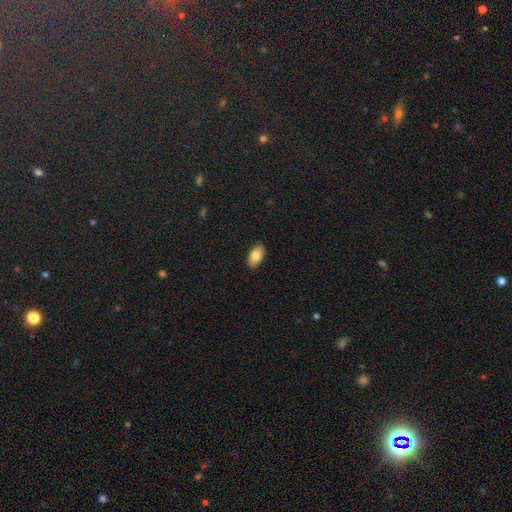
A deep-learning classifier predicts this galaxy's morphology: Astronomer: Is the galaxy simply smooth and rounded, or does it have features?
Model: smooth — 80%.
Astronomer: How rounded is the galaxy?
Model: in between — 94%.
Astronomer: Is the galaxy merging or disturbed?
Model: none — 89%.